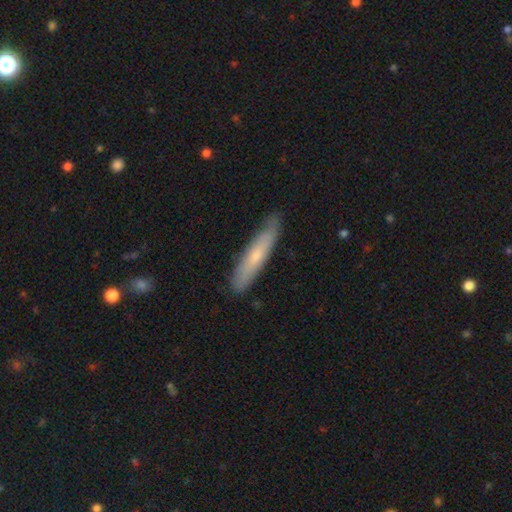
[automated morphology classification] type=smooth (63%); roundness=cigar-shaped (88%); merging=none (83%).